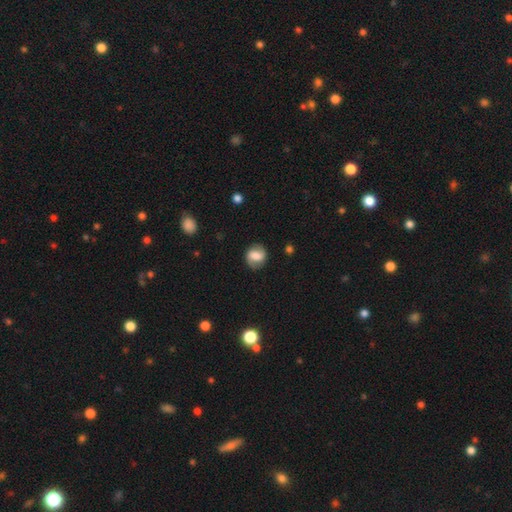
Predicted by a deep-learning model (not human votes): This is possibly a smooth galaxy (48%). Merging: likely none (79%).